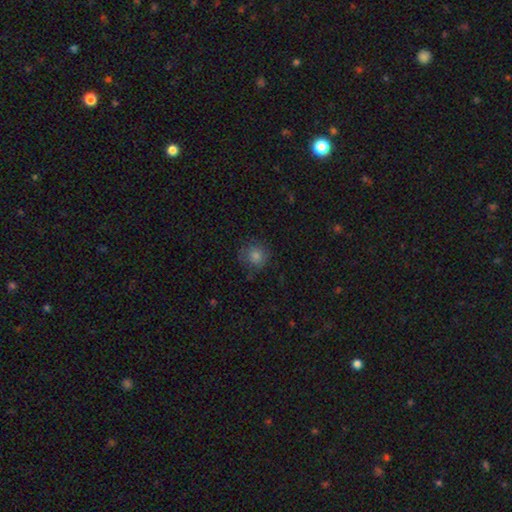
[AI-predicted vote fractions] smooth 78%, star or artifact 14%, featured or disk 8%. Down the decision tree: how rounded — round (90%); merging — none (80%).